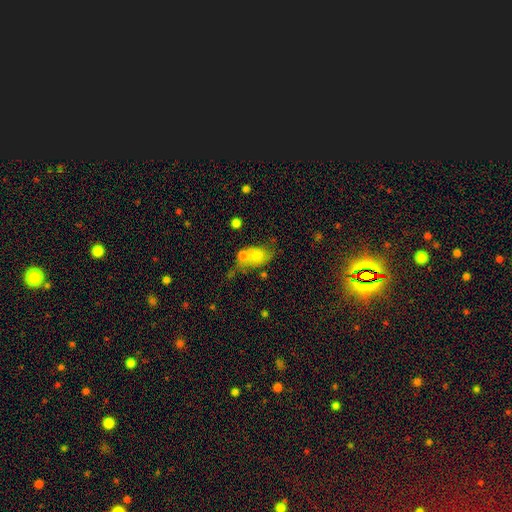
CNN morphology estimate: type=smooth (62%); roundness=in between (79%); merging=merger (33%).